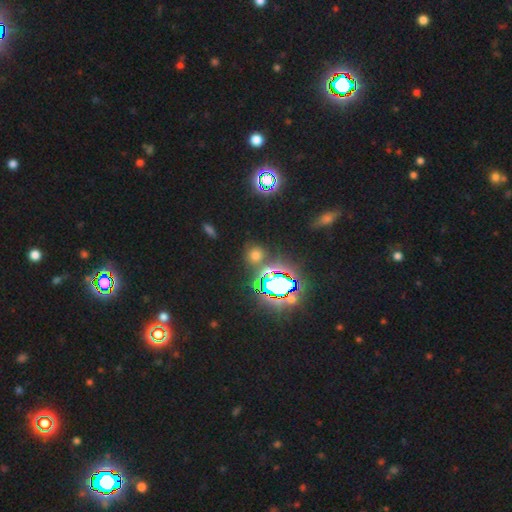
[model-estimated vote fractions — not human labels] A smooth galaxy with no disk features (47%). Merging: none (81%).